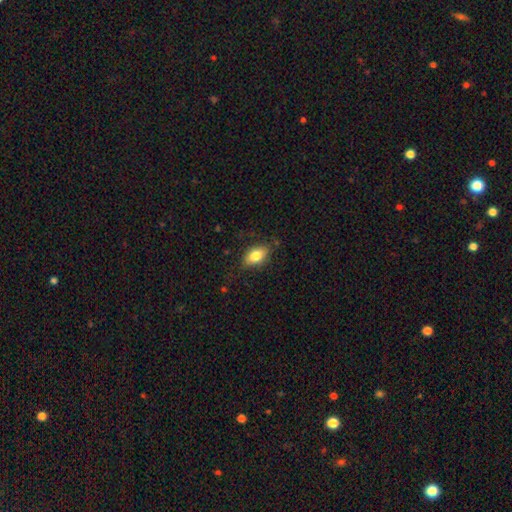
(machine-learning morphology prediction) Smooth or featured: smooth — 80% (featured or disk — 13%)
How rounded: in between — 86% (round — 10%)
Merging: none — 80% (minor disturbance — 15%)